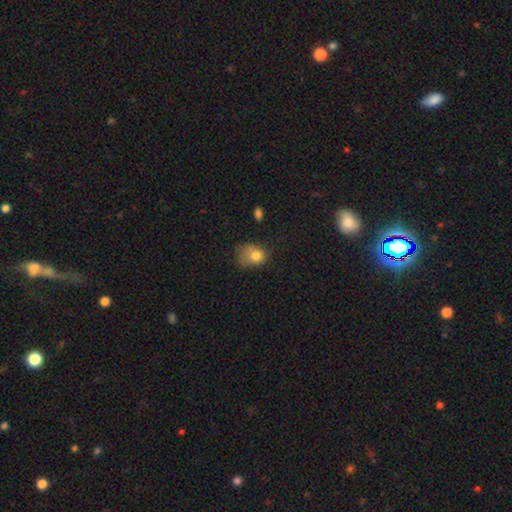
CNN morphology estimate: Smooth or featured? Predicted: smooth (p=0.76). How rounded? Predicted: in between (p=0.50). Merging? Predicted: major disturbance (p=0.35).